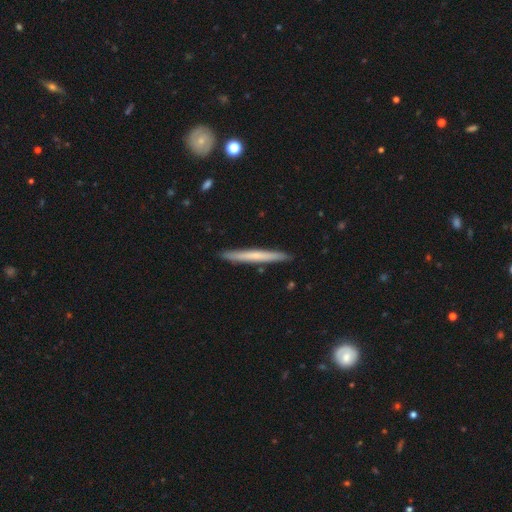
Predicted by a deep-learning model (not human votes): A smooth galaxy with no disk features (55%) that is cigar-shaped (97%).

Vote fractions:
- Smooth or featured? smooth: 55% / featured or disk: 39% / star or artifact: 5%
- How rounded? cigar-shaped: 97% / in between: 2% / round: 1%
- Merging? none: 91% / minor disturbance: 6% / merger: 1% / major disturbance: 1%